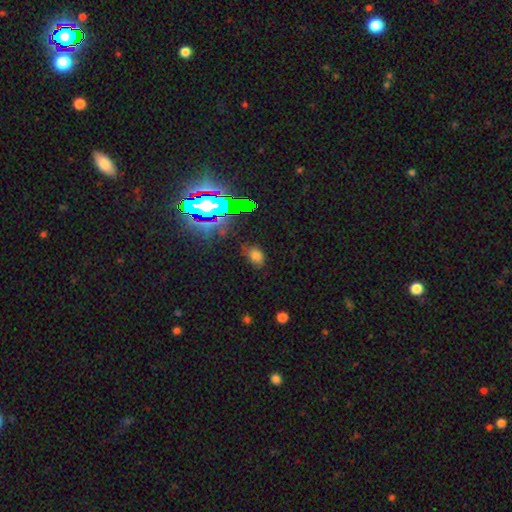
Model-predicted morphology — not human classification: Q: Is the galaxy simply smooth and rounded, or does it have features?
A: smooth — 65%.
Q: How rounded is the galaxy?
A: in between — 77%.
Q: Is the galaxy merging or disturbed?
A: none — 72%.